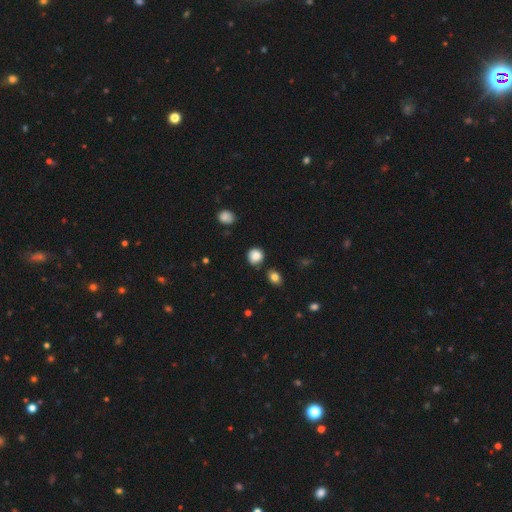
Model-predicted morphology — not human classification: Q: Smooth or featured?
A: smooth (84%); runner-up: star or artifact (10%)
Q: How rounded?
A: round (85%); runner-up: in between (14%)
Q: Merging?
A: none (75%); runner-up: minor disturbance (16%)